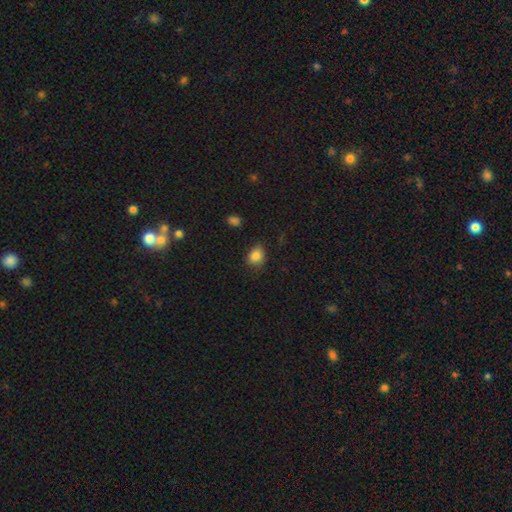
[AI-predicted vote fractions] Morphology: type=smooth (85%); roundness=in between (63%); merging=none (74%).